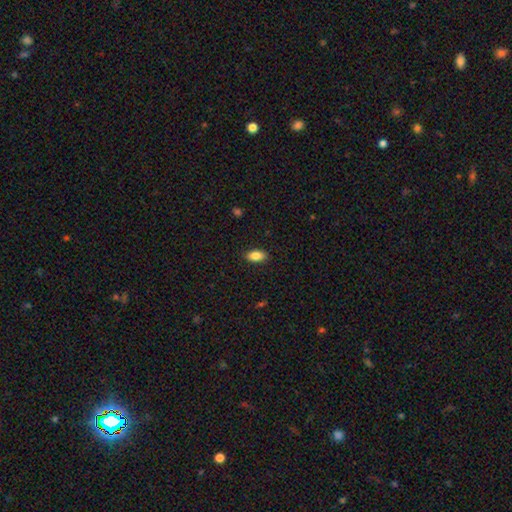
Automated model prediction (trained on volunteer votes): This is clearly a smooth galaxy (86%). How rounded: clearly in between (91%). Merging: clearly none (89%).